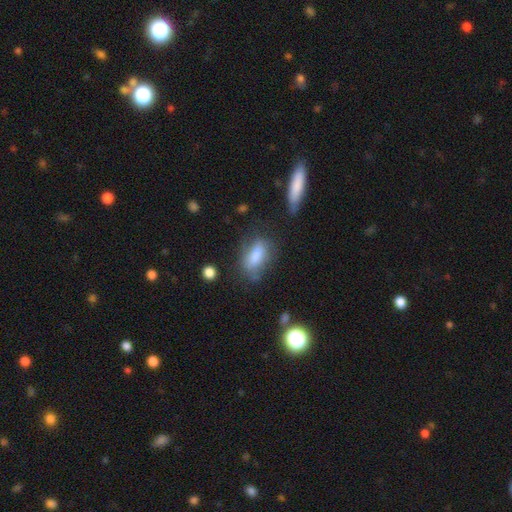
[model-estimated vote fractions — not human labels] This appears to be a smooth galaxy with no disk features (75%) that is in between round and cigar-shaped (83%). Merging: none (51%).